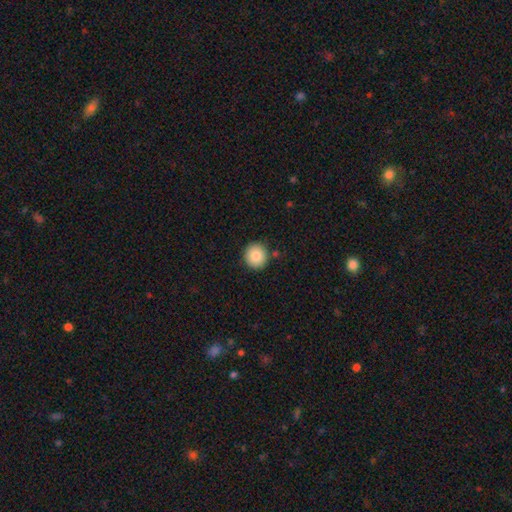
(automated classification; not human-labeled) smooth 84%, star or artifact 9%, featured or disk 7%. Down the decision tree: how rounded — round (90%); merging — none (87%).